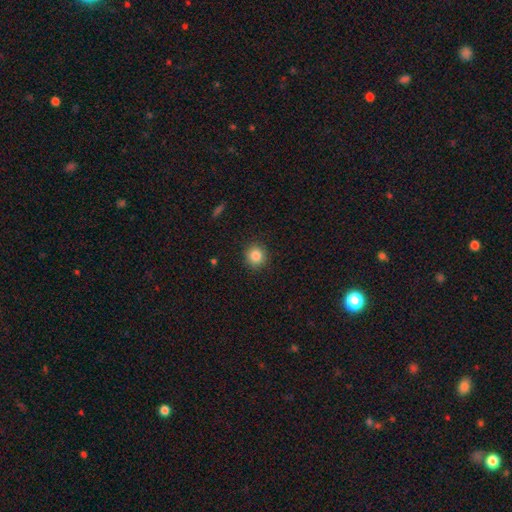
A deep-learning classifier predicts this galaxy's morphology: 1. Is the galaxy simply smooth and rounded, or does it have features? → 85% smooth, 10% star or artifact, 5% featured or disk.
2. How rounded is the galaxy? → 90% round, 9% in between, 1% cigar-shaped.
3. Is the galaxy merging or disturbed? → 90% none, 7% minor disturbance, 2% major disturbance, 1% merger.